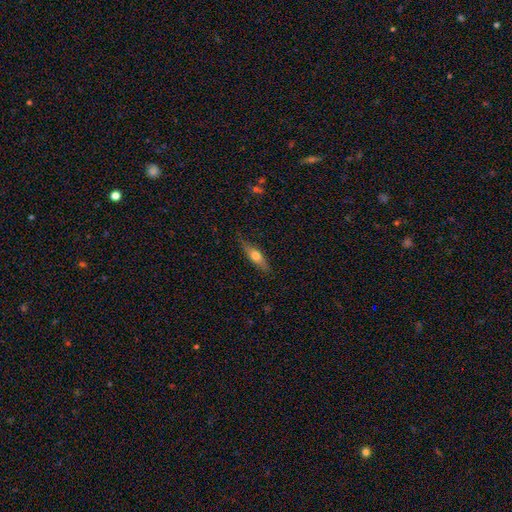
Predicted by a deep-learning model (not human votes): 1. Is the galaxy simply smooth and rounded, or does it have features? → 56% smooth, 38% featured or disk, 6% star or artifact.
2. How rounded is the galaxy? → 57% cigar-shaped, 41% in between, 3% round.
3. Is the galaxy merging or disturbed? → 78% none, 18% minor disturbance, 3% major disturbance, 1% merger.